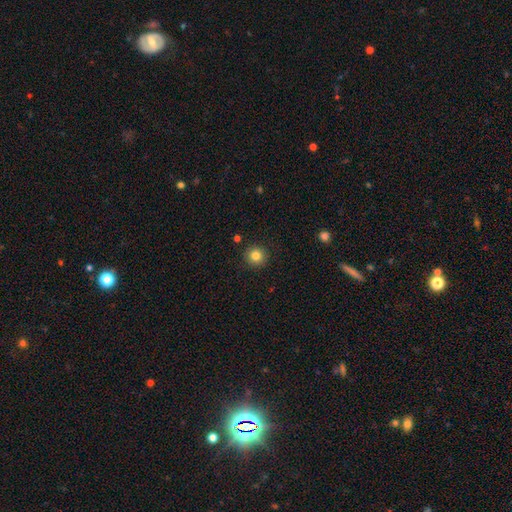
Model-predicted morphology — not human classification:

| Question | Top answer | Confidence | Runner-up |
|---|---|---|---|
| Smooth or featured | smooth | 83% | star or artifact (11%) |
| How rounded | round | 94% | in between (5%) |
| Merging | none | 91% | minor disturbance (6%) |